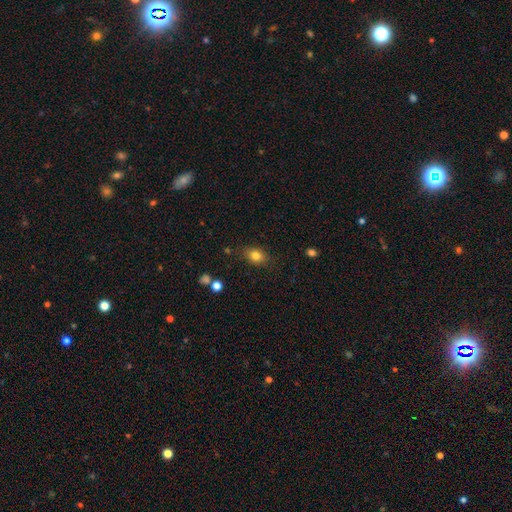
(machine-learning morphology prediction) A smooth galaxy with no disk features (81%) that is in between round and cigar-shaped (68%).

Vote fractions:
- Smooth or featured? smooth: 81% / star or artifact: 10% / featured or disk: 9%
- How rounded? in between: 68% / round: 30% / cigar-shaped: 2%
- Merging? none: 78% / minor disturbance: 16% / major disturbance: 4% / merger: 2%